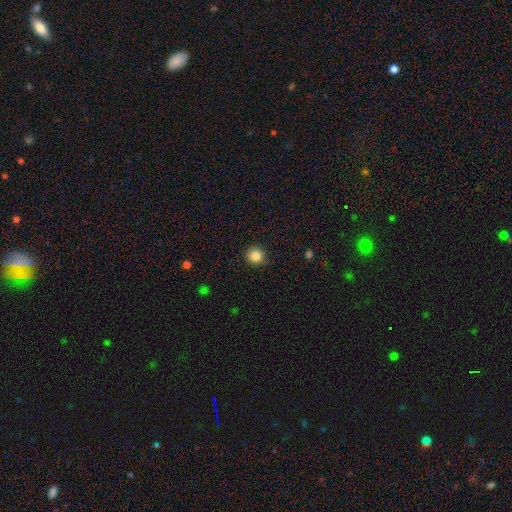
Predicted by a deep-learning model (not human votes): The model was most divided on "smooth or featured": smooth: 84%, star or artifact: 11%, featured or disk: 6%. More confident: how rounded — round (92%); merging — none (89%).